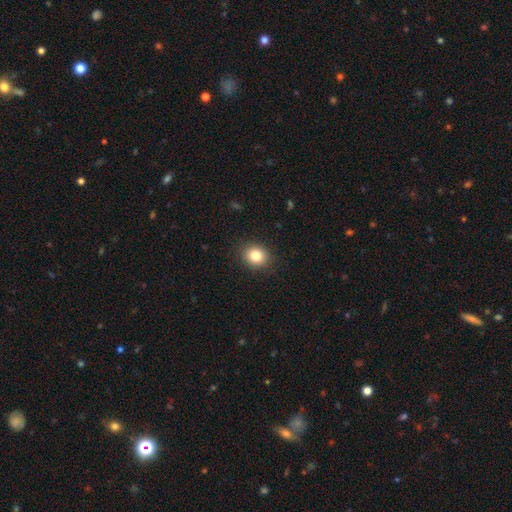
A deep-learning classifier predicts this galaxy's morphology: Overall: smooth (82%). How rounded: round (64%; in between 35%). Merging: none (89%).